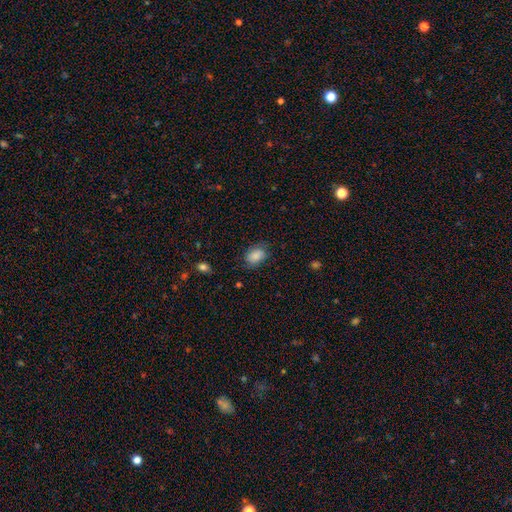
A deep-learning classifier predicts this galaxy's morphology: Smooth or featured?
  - smooth: 86% *
  - star or artifact: 8%
  - featured or disk: 6%
How rounded?
  - in between: 81% *
  - round: 18%
  - cigar-shaped: 1%
Merging?
  - none: 73% *
  - minor disturbance: 20%
  - major disturbance: 5%
  - merger: 1%